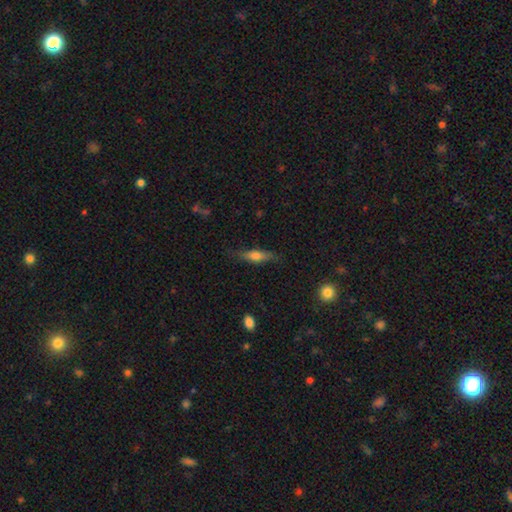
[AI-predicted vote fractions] smooth_or_featured: smooth (p=0.56) [alt: featured or disk p=0.37]
how_rounded: cigar-shaped (p=0.58) [alt: in between p=0.39]
merging: none (p=0.76) [alt: minor disturbance p=0.18]